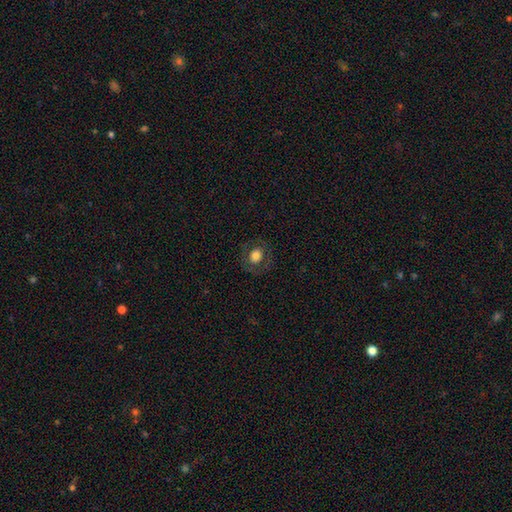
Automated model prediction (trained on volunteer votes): smooth_or_featured: smooth (p=0.69) [alt: featured or disk p=0.22]
how_rounded: round (p=0.70) [alt: in between p=0.29]
merging: none (p=0.82) [alt: minor disturbance p=0.11]